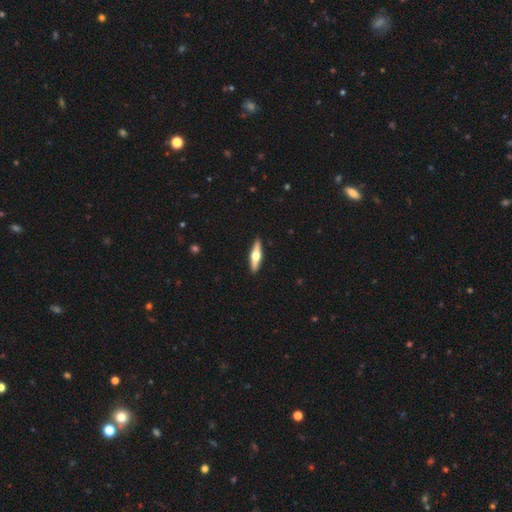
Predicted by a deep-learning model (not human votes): Overall: featured or disk (61%; smooth 34%). Edge-on disk: yes (96%). Edge-on bulge: rounded (95%). Merging: none (92%).